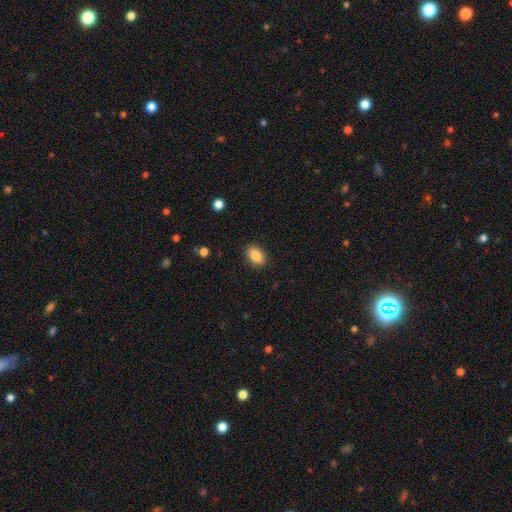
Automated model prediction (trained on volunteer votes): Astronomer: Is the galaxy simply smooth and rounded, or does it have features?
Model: smooth — 86%.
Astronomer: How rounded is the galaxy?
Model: in between — 86%.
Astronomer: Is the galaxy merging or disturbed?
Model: none — 89%.